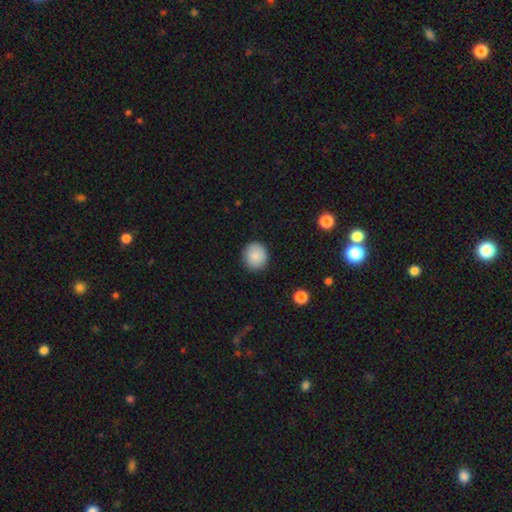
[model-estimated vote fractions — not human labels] Smooth or featured? Predicted: smooth (p=0.87). How rounded? Predicted: round (p=0.86). Merging? Predicted: none (p=0.90).